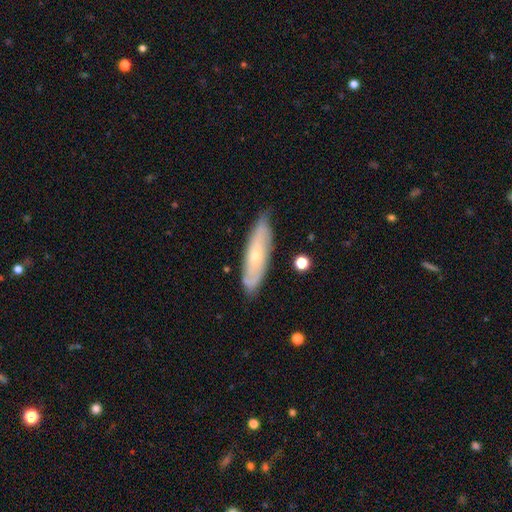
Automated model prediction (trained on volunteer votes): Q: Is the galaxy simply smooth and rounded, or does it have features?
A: featured or disk — 53%.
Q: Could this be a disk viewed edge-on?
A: no — 64%.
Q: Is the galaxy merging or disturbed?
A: none — 78%.